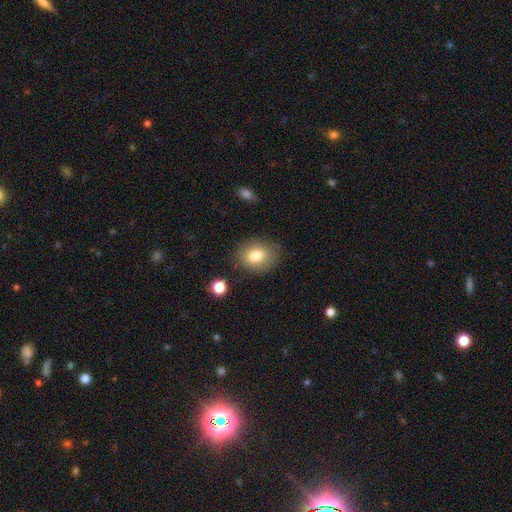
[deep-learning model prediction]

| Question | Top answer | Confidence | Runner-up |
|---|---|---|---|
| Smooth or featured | smooth | 80% | featured or disk (11%) |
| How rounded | in between | 60% | round (39%) |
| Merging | none | 80% | minor disturbance (13%) |